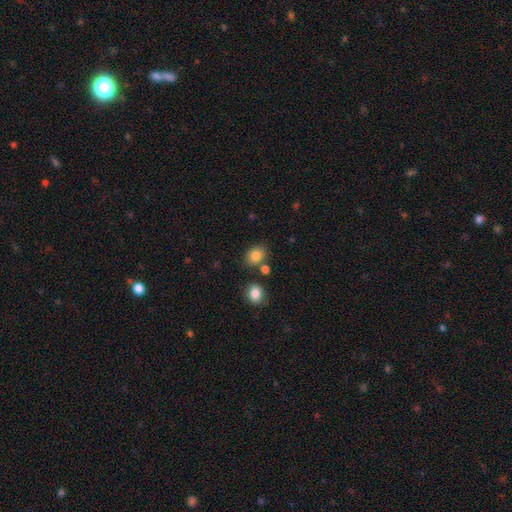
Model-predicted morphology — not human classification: Q: Smooth or featured?
A: smooth (84%); runner-up: star or artifact (10%)
Q: How rounded?
A: in between (62%); runner-up: round (37%)
Q: Merging?
A: none (72%); runner-up: minor disturbance (12%)